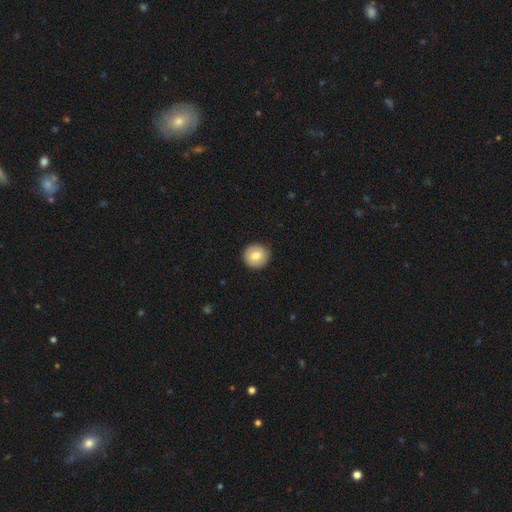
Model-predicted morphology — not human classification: Q: Smooth or featured?
A: smooth (77%); runner-up: featured or disk (16%)
Q: How rounded?
A: round (94%); runner-up: in between (5%)
Q: Merging?
A: none (92%); runner-up: minor disturbance (6%)